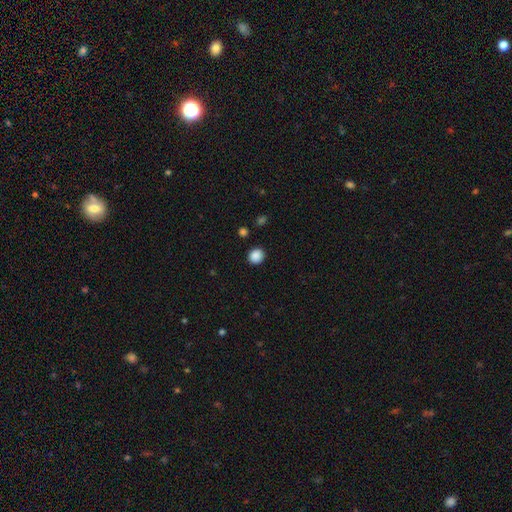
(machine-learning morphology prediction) type=smooth (88%); roundness=round (85%); merging=none (90%).